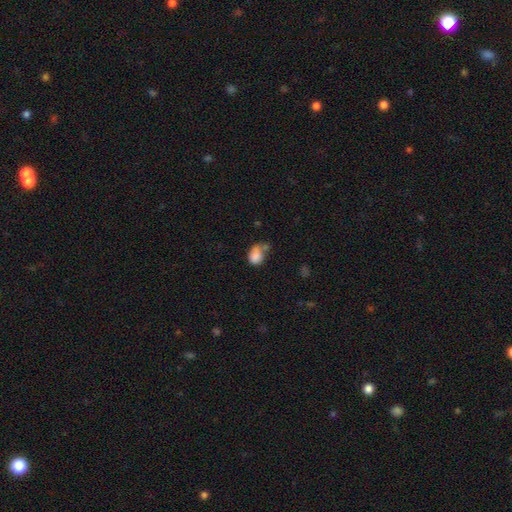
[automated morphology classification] Overall: smooth (83%). How rounded: in between (60%; round 39%). Merging: none (33%; minor disturbance 27%).